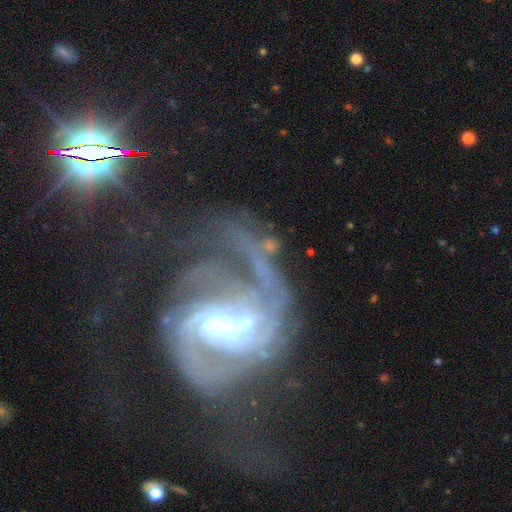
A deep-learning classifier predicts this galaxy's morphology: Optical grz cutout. It shows a featured or disk galaxy (87%) with a strong bar (48%), 2 (48%) medium (46%) spiral arms (95%) and a moderate central bulge (41%). Merging: none (38%).